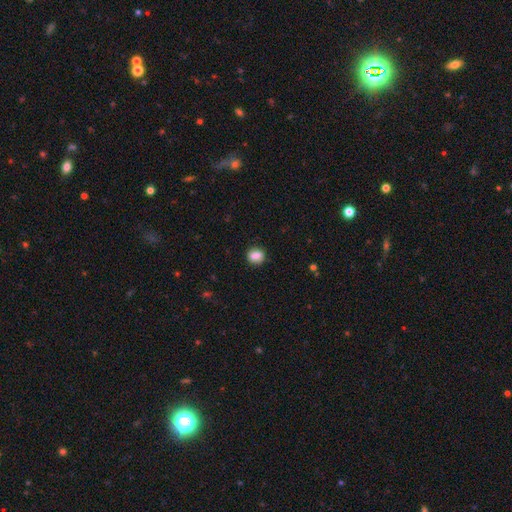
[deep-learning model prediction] The model was most divided on "how rounded": round: 61%, in between: 37%, cigar-shaped: 2%. More confident: merging — none (82%); smooth or featured — smooth (81%).